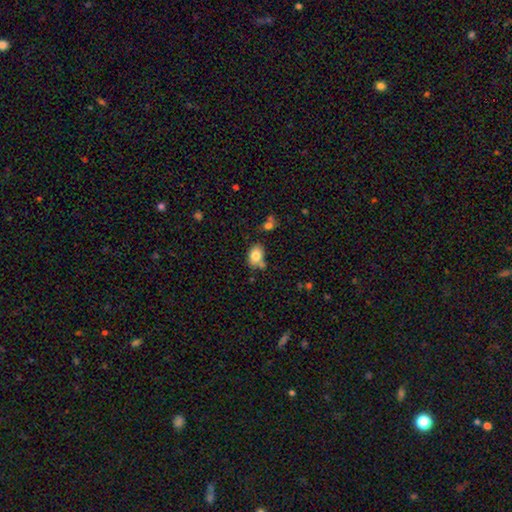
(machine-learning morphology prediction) A smooth galaxy with no disk features (81%) that is in between round and cigar-shaped (79%). Merging: none (62%).